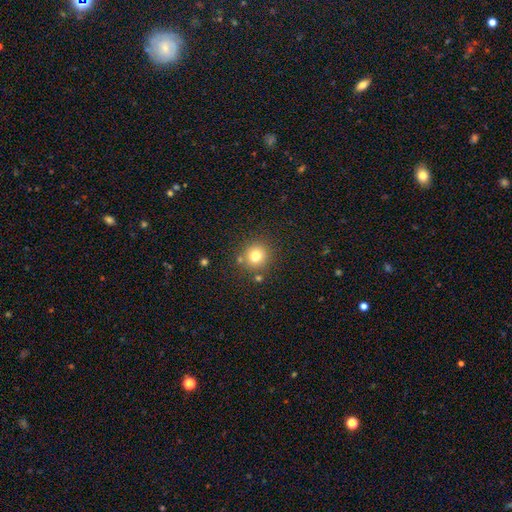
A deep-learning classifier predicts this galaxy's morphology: Smooth or featured? Predicted: smooth (p=0.78). How rounded? Predicted: round (p=0.91). Merging? Predicted: none (p=0.82).